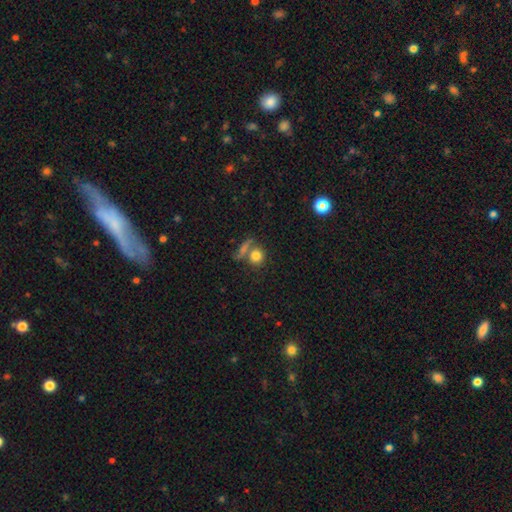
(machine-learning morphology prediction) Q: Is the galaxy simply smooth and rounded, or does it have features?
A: smooth — 79%.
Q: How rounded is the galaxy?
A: round — 78%.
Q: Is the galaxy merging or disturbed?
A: none — 52%.